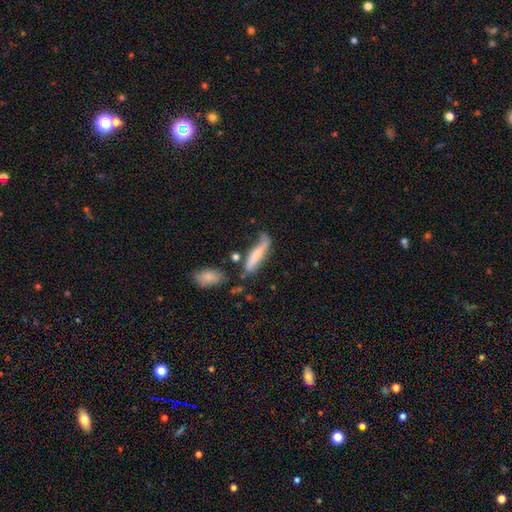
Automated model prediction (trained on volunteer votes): smooth-or-featured: smooth: 64% | featured or disk: 28% | star or artifact: 7%
  how-rounded: cigar-shaped: 76% | in between: 22% | round: 2%
  merging: none: 47% | minor disturbance: 28% | major disturbance: 15% | merger: 10%